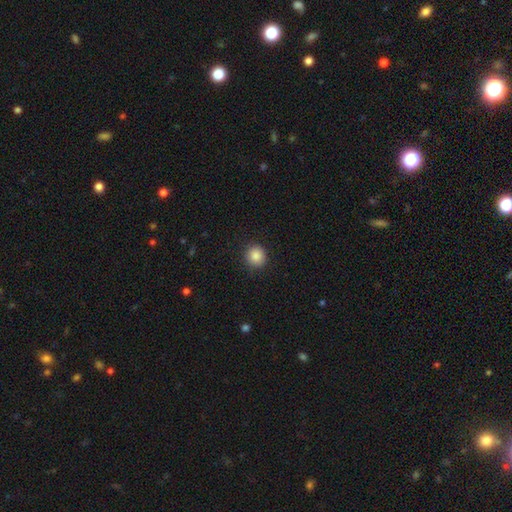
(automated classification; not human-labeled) Smooth or featured?
  - smooth: 87% *
  - star or artifact: 9%
  - featured or disk: 4%
How rounded?
  - round: 90% *
  - in between: 9%
  - cigar-shaped: 1%
Merging?
  - none: 91% *
  - minor disturbance: 6%
  - major disturbance: 2%
  - merger: 1%